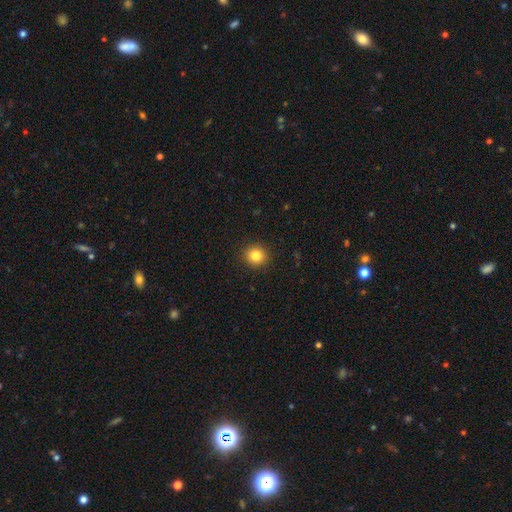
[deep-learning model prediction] smooth_or_featured: smooth (p=0.83) [alt: star or artifact p=0.11]
how_rounded: round (p=0.91) [alt: in between p=0.08]
merging: none (p=0.92) [alt: minor disturbance p=0.05]